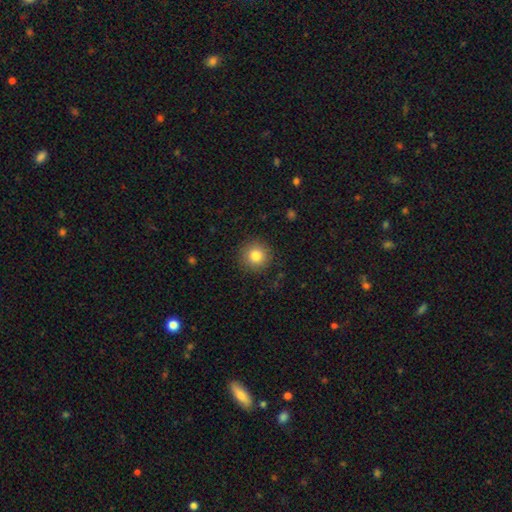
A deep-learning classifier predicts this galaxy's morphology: smooth-or-featured: smooth: 83% | star or artifact: 10% | featured or disk: 7%
  how-rounded: round: 95% | in between: 4% | cigar-shaped: 1%
  merging: none: 90% | minor disturbance: 7% | major disturbance: 2% | merger: 1%